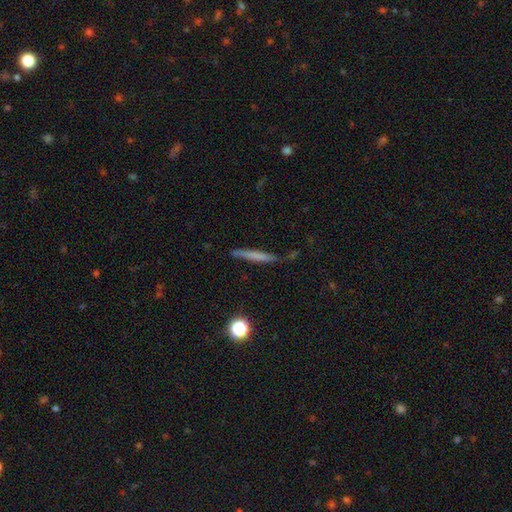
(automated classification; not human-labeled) The model was most divided on "smooth or featured": smooth: 61%, featured or disk: 31%, star or artifact: 8%. More confident: how rounded — cigar-shaped (94%); merging — none (81%).